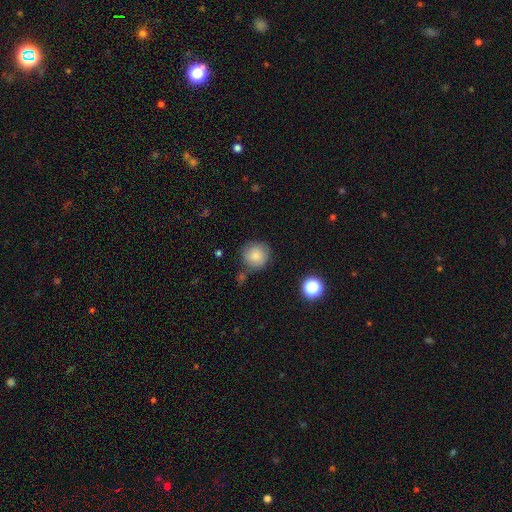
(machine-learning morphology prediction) Q: Smooth or featured?
A: smooth (84%); runner-up: star or artifact (9%)
Q: How rounded?
A: round (93%); runner-up: in between (6%)
Q: Merging?
A: none (79%); runner-up: minor disturbance (13%)